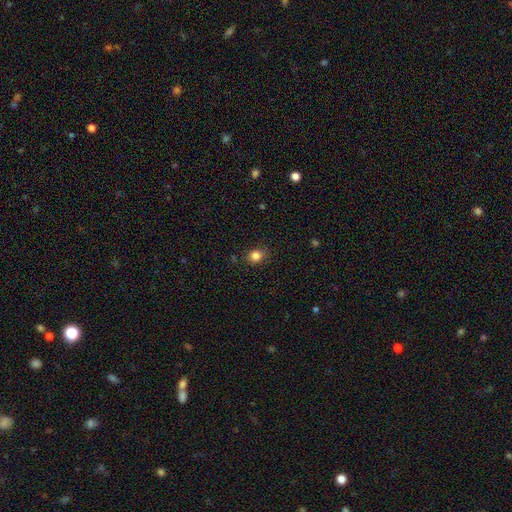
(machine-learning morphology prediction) Overall: smooth (84%). How rounded: round (62%; in between 37%). Merging: none (84%).